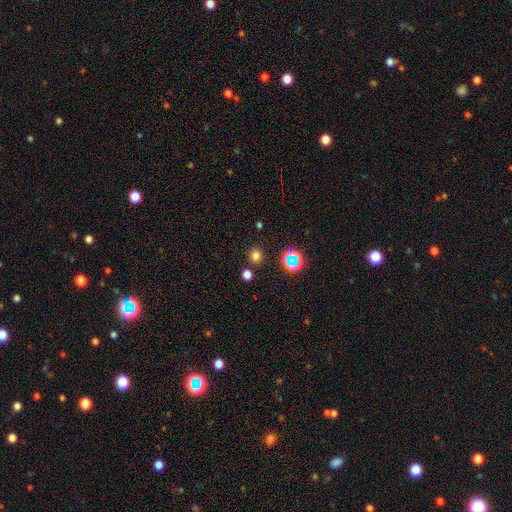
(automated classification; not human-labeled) smooth_or_featured: smooth (p=0.72) [alt: star or artifact p=0.22]
how_rounded: round (p=0.77) [alt: in between p=0.22]
merging: none (p=0.83) [alt: minor disturbance p=0.08]